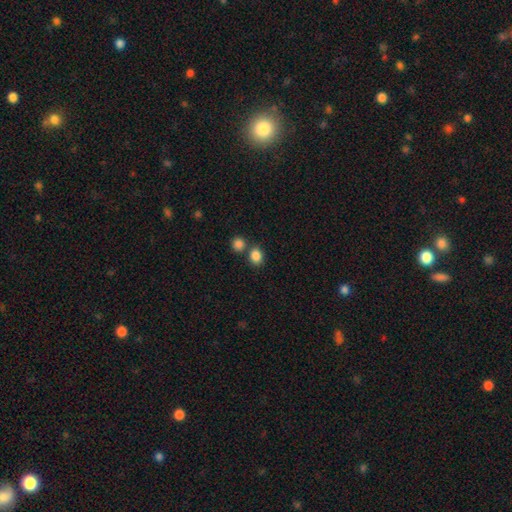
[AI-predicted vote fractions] Smooth or featured: smooth — 86% (star or artifact — 10%)
How rounded: round — 57% (in between — 42%)
Merging: none — 64% (merger — 23%)